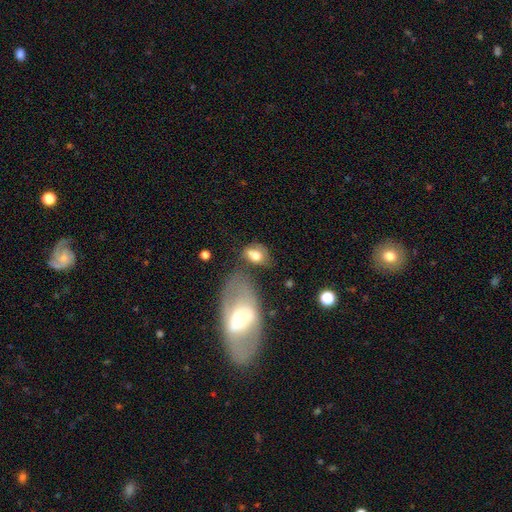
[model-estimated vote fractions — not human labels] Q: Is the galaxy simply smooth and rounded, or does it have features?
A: smooth — 69%.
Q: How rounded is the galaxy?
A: in between — 79%.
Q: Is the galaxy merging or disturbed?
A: none — 33%.